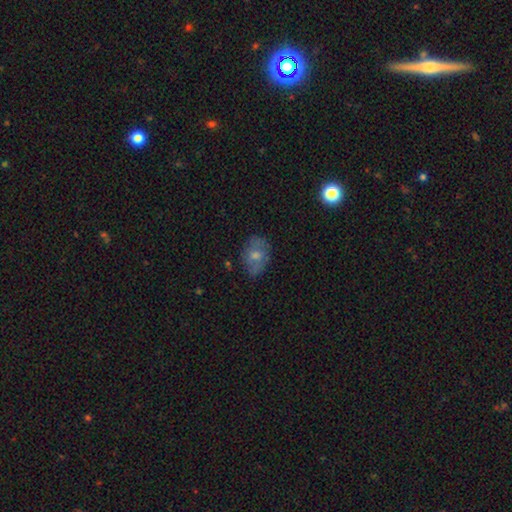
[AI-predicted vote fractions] smooth 61%, featured or disk 30%, star or artifact 9%. Down the decision tree: how rounded — in between (70%); merging — none (69%).